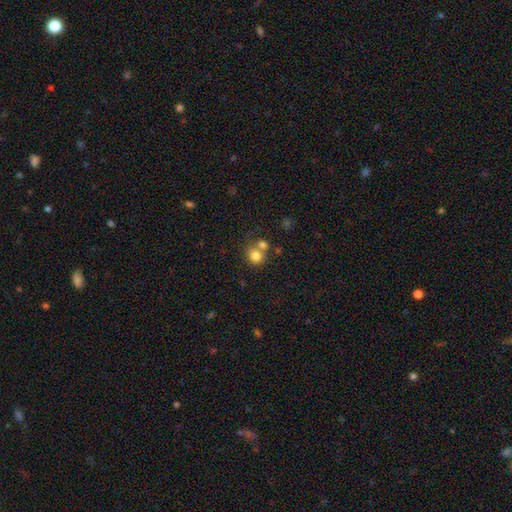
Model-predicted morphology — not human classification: Q: Smooth or featured?
A: smooth (79%); runner-up: star or artifact (11%)
Q: How rounded?
A: round (80%); runner-up: in between (19%)
Q: Merging?
A: none (49%); runner-up: merger (37%)